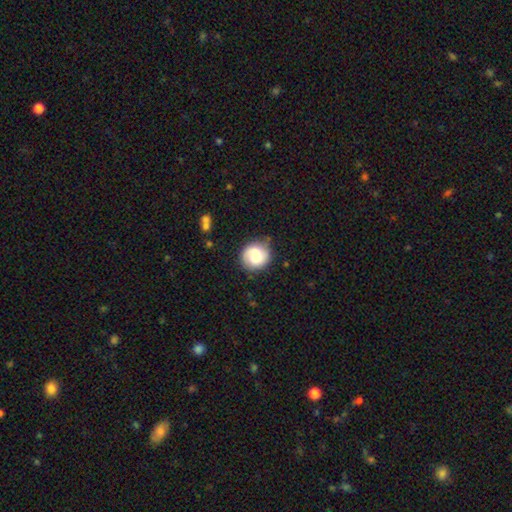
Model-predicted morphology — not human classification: Smooth or featured?
  - smooth: 63% *
  - featured or disk: 29%
  - star or artifact: 8%
How rounded?
  - round: 86% *
  - in between: 13%
  - cigar-shaped: 1%
Merging?
  - none: 73% *
  - minor disturbance: 19%
  - major disturbance: 5%
  - merger: 2%